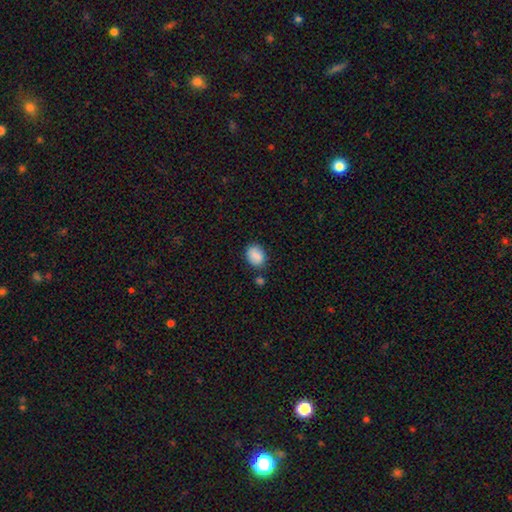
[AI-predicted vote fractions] Morphology: type=smooth (88%); roundness=in between (67%); merging=none (77%).